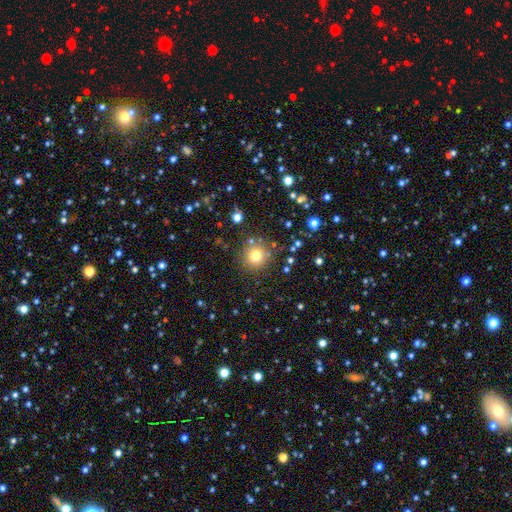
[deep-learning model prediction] Smooth or featured? smooth (74%)
How rounded? round (93%)
Merging? none (83%)